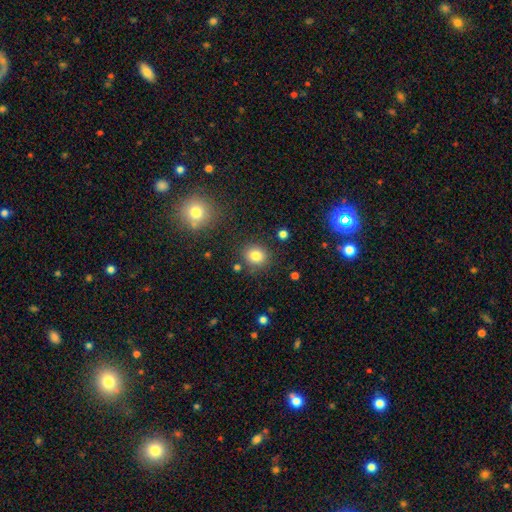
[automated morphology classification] smooth 82%, star or artifact 12%, featured or disk 6%. Down the decision tree: how rounded — round (80%); merging — none (84%).